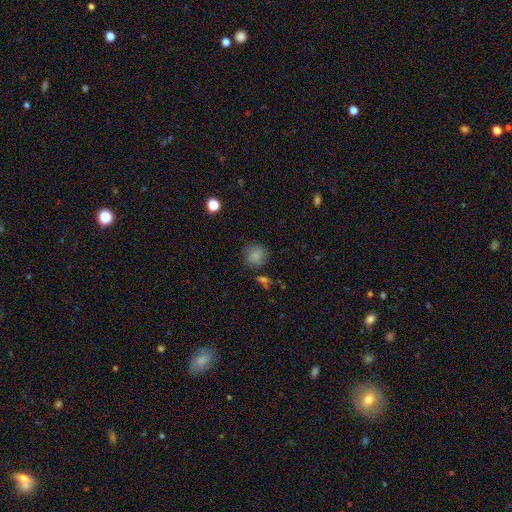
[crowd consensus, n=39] This appears to be a smooth galaxy with no disk features (87%) that is round (79%). Merging: none (78%).